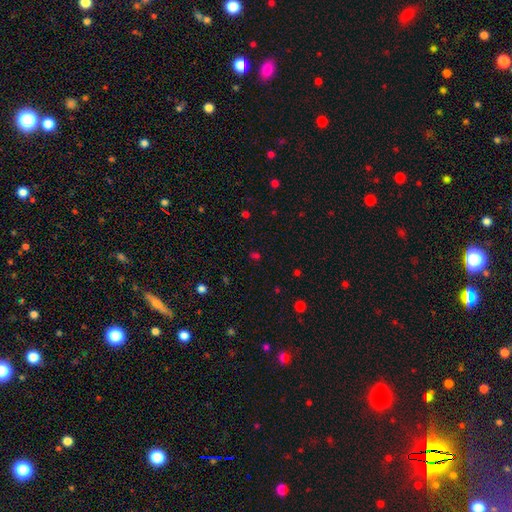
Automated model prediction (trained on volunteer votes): Smooth or featured?
  - star or artifact: 48% *
  - smooth: 45%
  - featured or disk: 7%